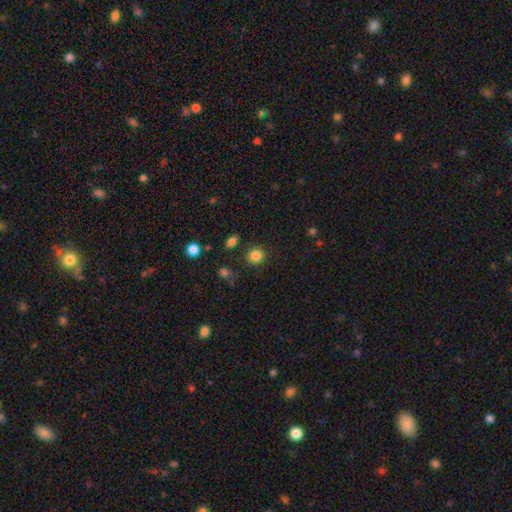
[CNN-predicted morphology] Smooth or featured?
  - smooth: 84% *
  - star or artifact: 11%
  - featured or disk: 5%
How rounded?
  - round: 86% *
  - in between: 13%
  - cigar-shaped: 1%
Merging?
  - none: 86% *
  - minor disturbance: 8%
  - merger: 3%
  - major disturbance: 3%